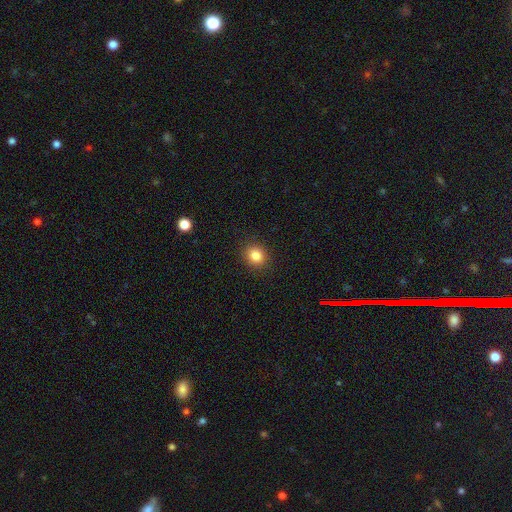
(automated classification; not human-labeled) Overall: smooth (84%). How rounded: round (72%). Merging: none (90%).